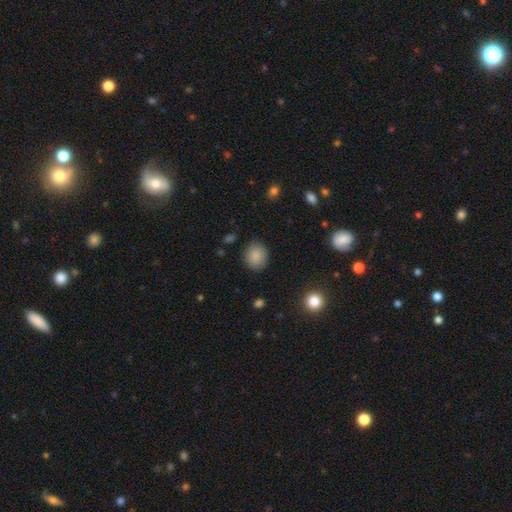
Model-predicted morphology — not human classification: type=smooth (87%); roundness=round (75%); merging=none (88%).